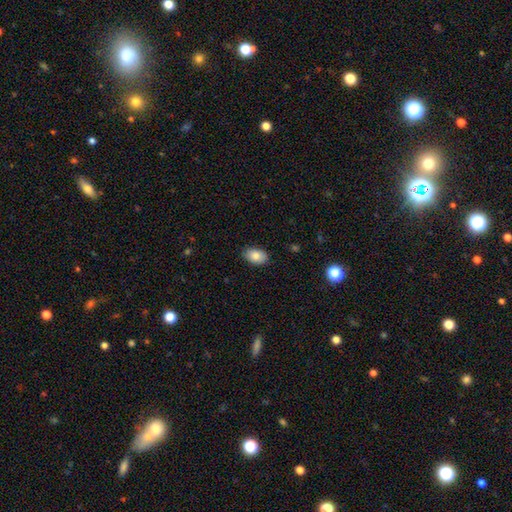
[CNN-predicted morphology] The model was most divided on "smooth or featured": smooth: 84%, featured or disk: 9%, star or artifact: 7%. More confident: how rounded — in between (90%); merging — none (86%).